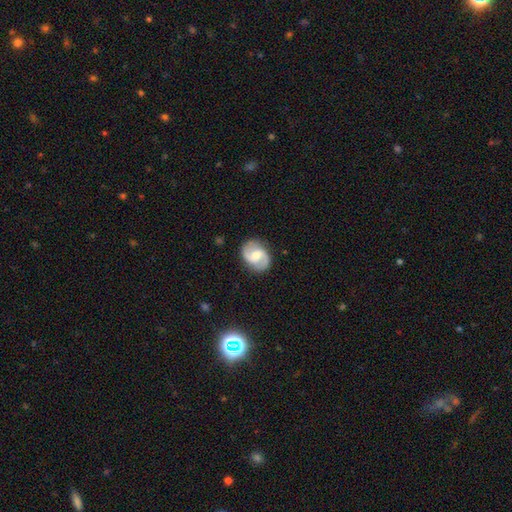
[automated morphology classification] Smooth or featured?
  - featured or disk: 81% *
  - smooth: 14%
  - star or artifact: 5%
Edge-on disk?
  - no: 98% *
  - yes: 2%
Bar?
  - weak: 51% *
  - no: 34%
  - strong: 15%
Spiral arms?
  - yes: 95% *
  - no: 5%
Spiral winding?
  - medium: 54% *
  - loose: 25%
  - tight: 21%
Spiral arm count?
  - 2: 93% *
  - can't tell: 3%
  - 1: 1%
  - 3: 1%
  - 4: 1%
  - more than 4: 1%
Bulge size?
  - moderate: 56% *
  - small: 29%
  - large: 8%
  - none: 6%
  - dominant: 1%
Merging?
  - none: 85% *
  - minor disturbance: 11%
  - major disturbance: 3%
  - merger: 1%